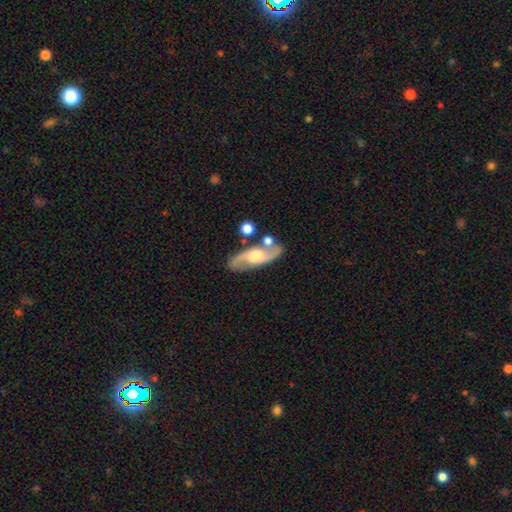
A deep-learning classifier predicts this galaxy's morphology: This is likely a featured or disk galaxy (80%). It is clearly not viewed edge-on (87%). Bar: possibly no (55%). Spiral arm pattern: clearly yes (94%). Spiral arm count: clearly 2 (92%). Spiral winding: possibly medium (46%). Central bulge: marginally moderate (45%). Merging: likely none (72%).